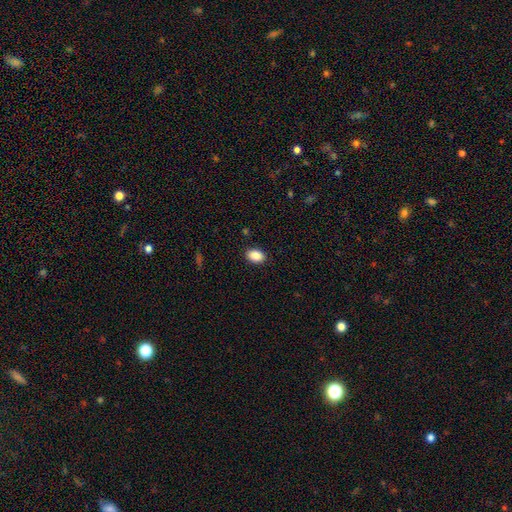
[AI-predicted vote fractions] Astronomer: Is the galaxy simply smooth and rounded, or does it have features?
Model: smooth — 88%.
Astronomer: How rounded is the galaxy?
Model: in between — 85%.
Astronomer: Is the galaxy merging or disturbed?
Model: none — 89%.